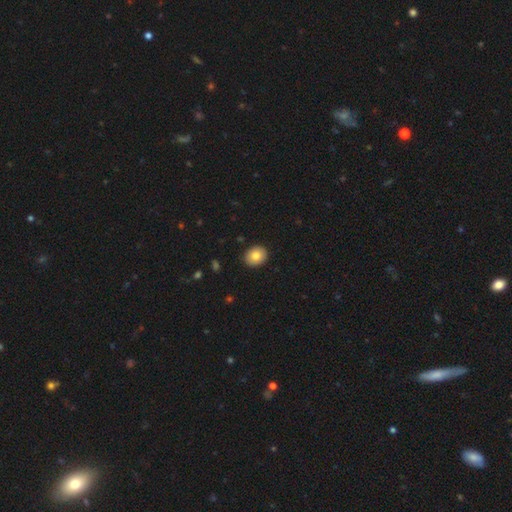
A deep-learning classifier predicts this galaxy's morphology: smooth 83%, featured or disk 9%, star or artifact 8%. Down the decision tree: how rounded — round (57%); merging — none (91%).